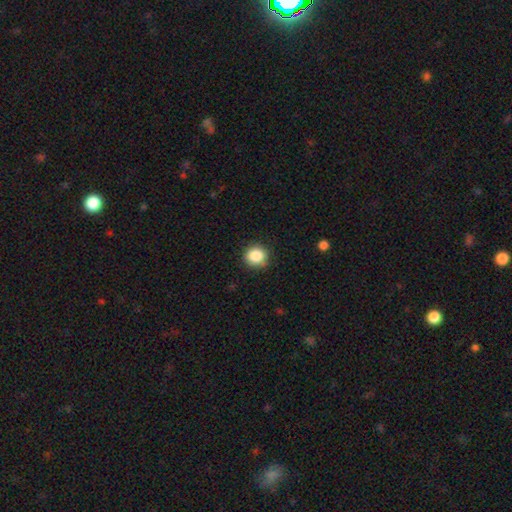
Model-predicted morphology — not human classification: Q: Smooth or featured?
A: smooth (86%); runner-up: star or artifact (10%)
Q: How rounded?
A: round (89%); runner-up: in between (11%)
Q: Merging?
A: none (87%); runner-up: minor disturbance (10%)